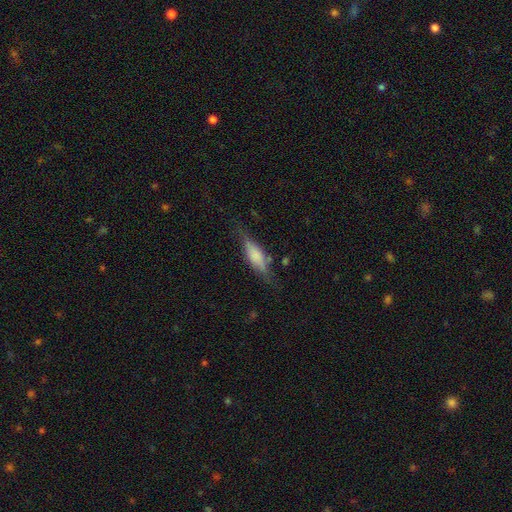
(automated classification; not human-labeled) A smooth galaxy with no disk features (53%) that is in between round and cigar-shaped (50%).

Vote fractions:
- Smooth or featured? smooth: 53% / featured or disk: 38% / star or artifact: 8%
- How rounded? in between: 50% / cigar-shaped: 47% / round: 3%
- Merging? none: 63% / minor disturbance: 24% / major disturbance: 9% / merger: 3%